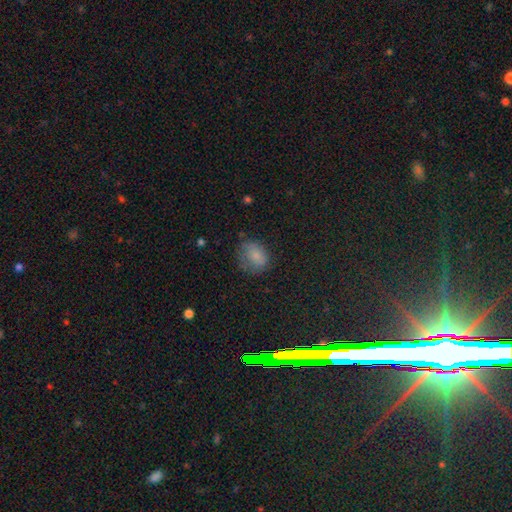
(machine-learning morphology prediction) This is likely a smooth galaxy (75%). How rounded: possibly round (54%). Merging: possibly none (59%).